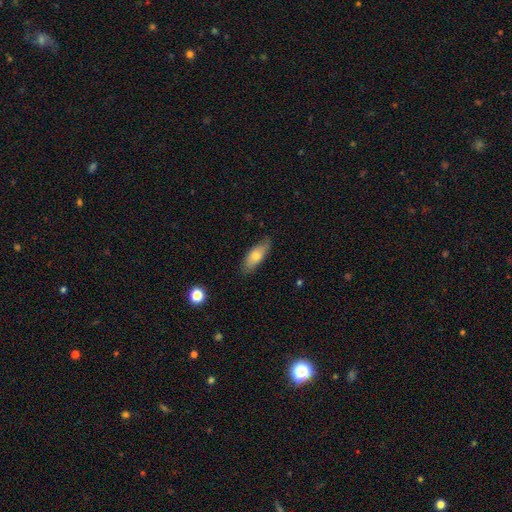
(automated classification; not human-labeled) Morphology: type=smooth (73%); roundness=in between (79%); merging=none (77%).